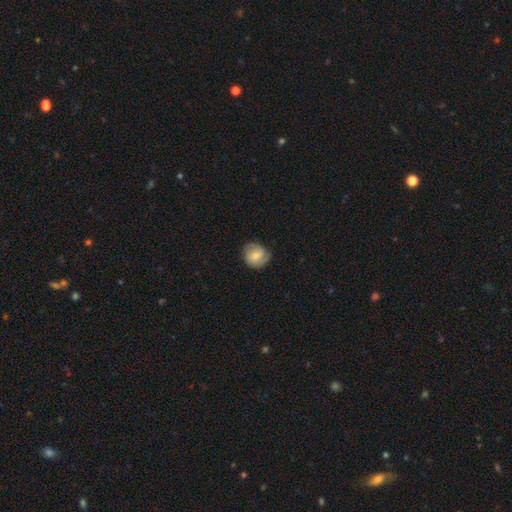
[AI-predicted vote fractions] smooth-or-featured: smooth: 53% | featured or disk: 40% | star or artifact: 7%
  how-rounded: round: 83% | in between: 16% | cigar-shaped: 1%
  merging: none: 74% | minor disturbance: 20% | major disturbance: 6% | merger: 1%